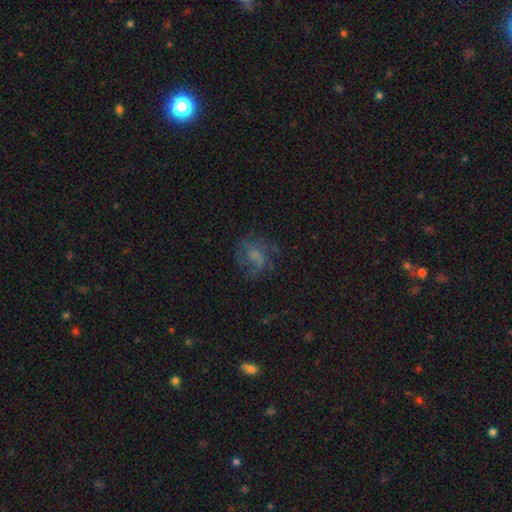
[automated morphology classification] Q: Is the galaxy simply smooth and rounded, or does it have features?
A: featured or disk — 53%.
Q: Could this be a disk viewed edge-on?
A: no — 97%.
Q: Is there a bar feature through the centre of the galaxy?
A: no — 61%.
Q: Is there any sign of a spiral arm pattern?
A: yes — 70%.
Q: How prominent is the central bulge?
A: none — 35%.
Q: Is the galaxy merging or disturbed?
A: none — 55%.